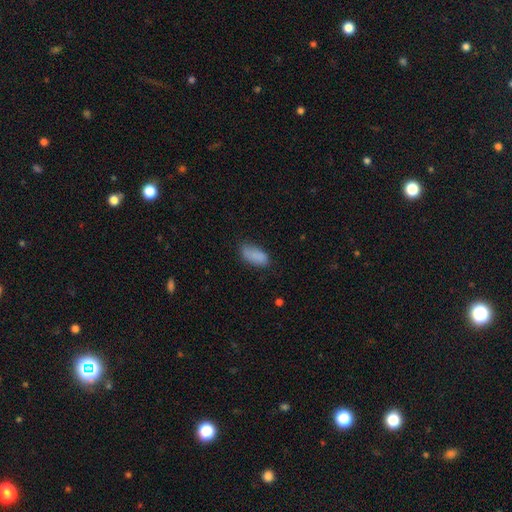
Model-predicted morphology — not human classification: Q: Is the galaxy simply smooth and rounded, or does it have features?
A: smooth — 86%.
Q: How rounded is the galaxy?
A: in between — 92%.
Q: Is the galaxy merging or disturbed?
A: none — 64%.